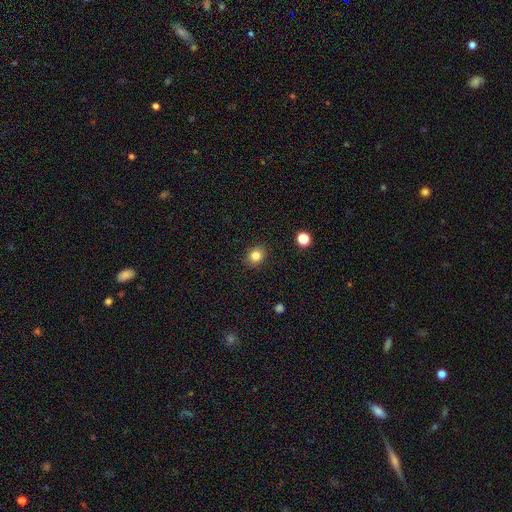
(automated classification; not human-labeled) Q: Smooth or featured?
A: smooth (82%); runner-up: star or artifact (12%)
Q: How rounded?
A: round (67%); runner-up: in between (32%)
Q: Merging?
A: none (90%); runner-up: minor disturbance (7%)